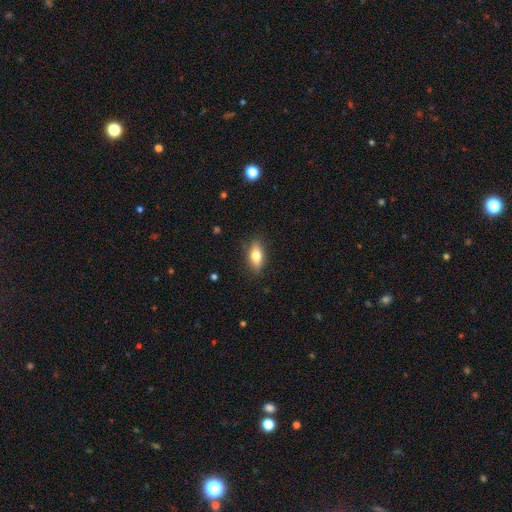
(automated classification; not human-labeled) Smooth or featured?
  - smooth: 71% *
  - featured or disk: 21%
  - star or artifact: 7%
How rounded?
  - in between: 80% *
  - cigar-shaped: 15%
  - round: 5%
Merging?
  - none: 85% *
  - minor disturbance: 12%
  - major disturbance: 3%
  - merger: 1%